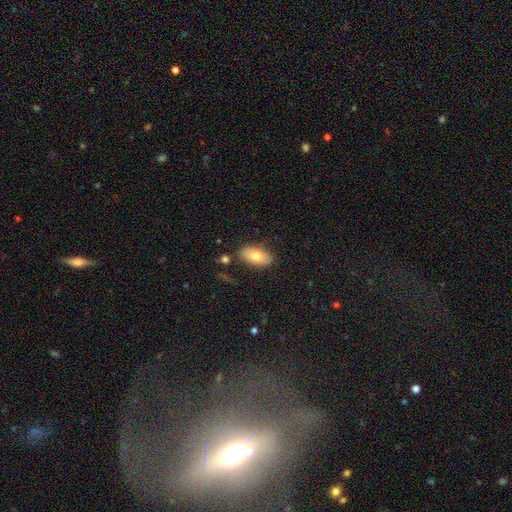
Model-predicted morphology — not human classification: Q: Smooth or featured?
A: smooth (76%); runner-up: featured or disk (17%)
Q: How rounded?
A: in between (92%); runner-up: round (4%)
Q: Merging?
A: none (82%); runner-up: minor disturbance (11%)